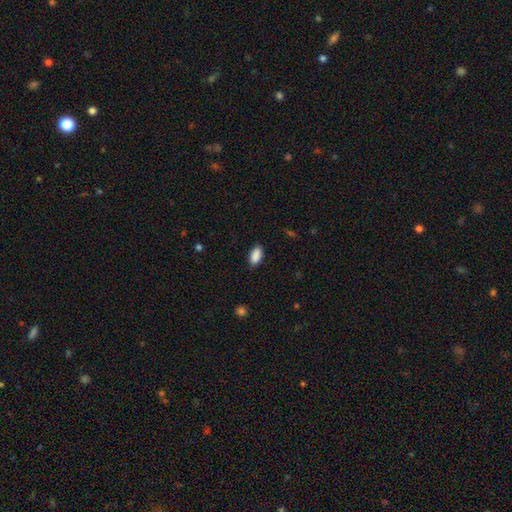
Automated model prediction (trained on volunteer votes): Smooth or featured: smooth — 89% (star or artifact — 7%)
How rounded: in between — 90% (cigar-shaped — 7%)
Merging: none — 85% (minor disturbance — 12%)